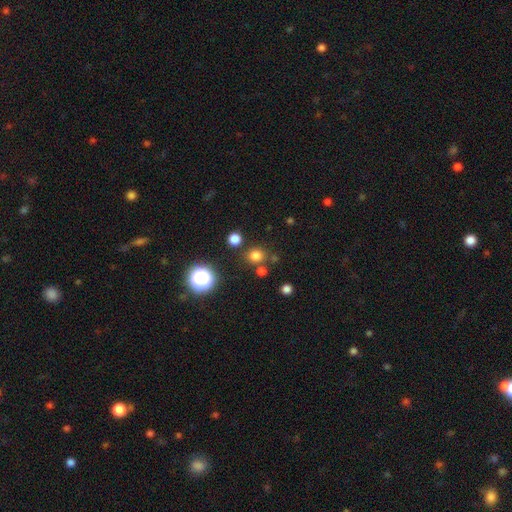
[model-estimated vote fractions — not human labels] smooth 74%, star or artifact 21%, featured or disk 6%. Down the decision tree: how rounded — round (85%); merging — none (79%).